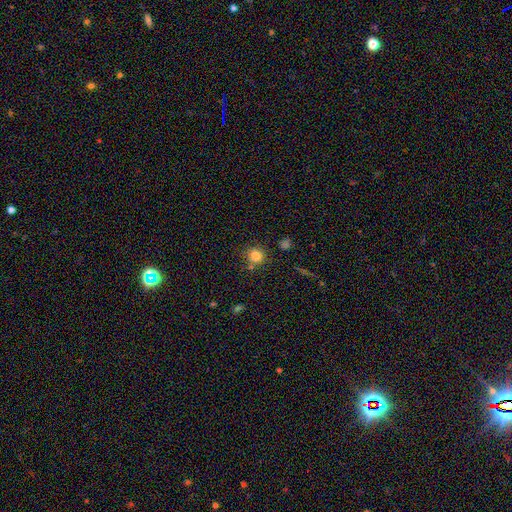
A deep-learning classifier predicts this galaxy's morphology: Q: Smooth or featured?
A: smooth (82%); runner-up: star or artifact (13%)
Q: How rounded?
A: round (88%); runner-up: in between (11%)
Q: Merging?
A: none (74%); runner-up: minor disturbance (12%)